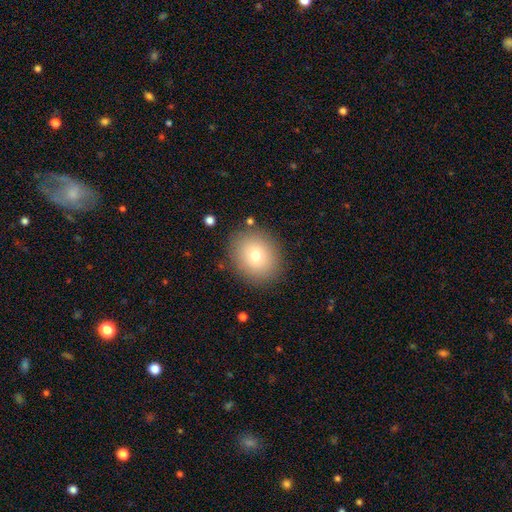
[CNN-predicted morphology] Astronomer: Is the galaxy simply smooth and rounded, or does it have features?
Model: smooth — 74%.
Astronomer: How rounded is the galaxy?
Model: round — 71%.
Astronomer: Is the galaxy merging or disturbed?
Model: none — 86%.